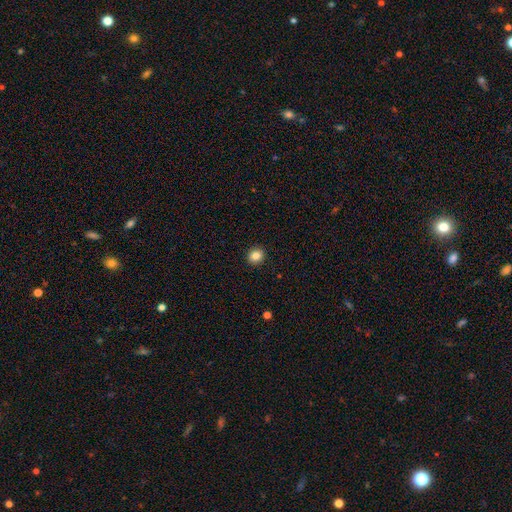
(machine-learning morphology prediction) type=smooth (85%); roundness=round (83%); merging=none (92%).